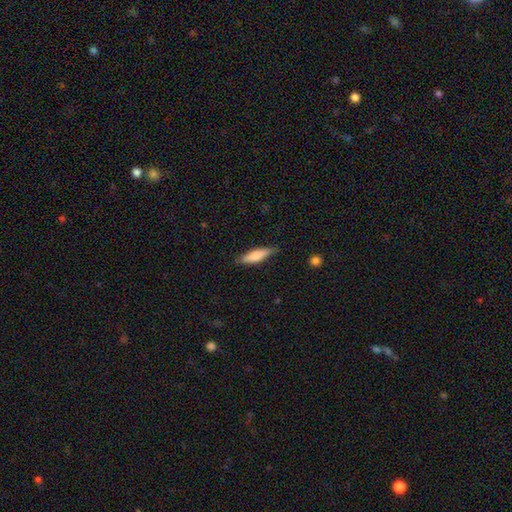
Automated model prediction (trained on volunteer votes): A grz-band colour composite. It shows a smooth galaxy with no disk features (73%) that is cigar-shaped (65%). Merging: none (80%).